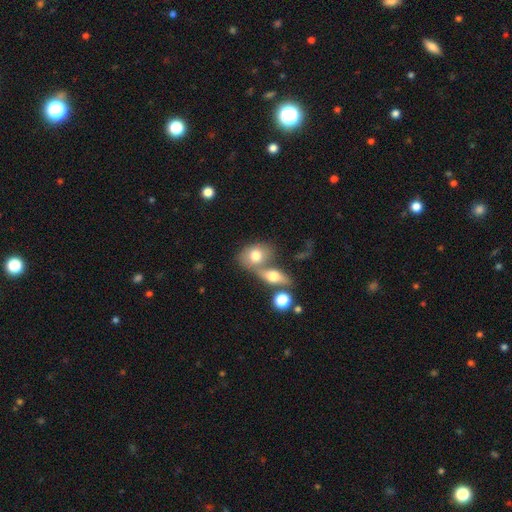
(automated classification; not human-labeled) The model was most divided on "merging": merger: 49%, none: 35%, minor disturbance: 10%, major disturbance: 6%. More confident: smooth or featured — smooth (73%); how rounded — in between (68%).